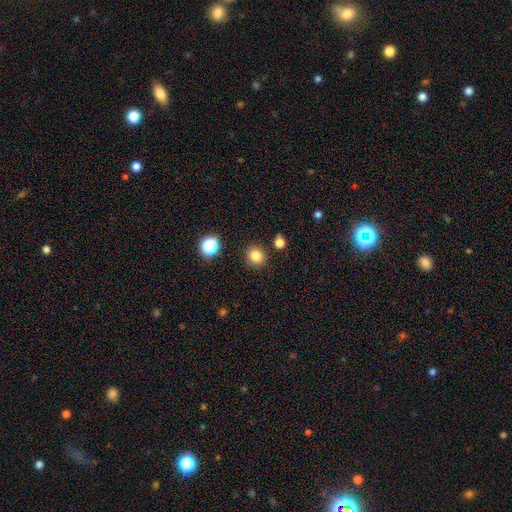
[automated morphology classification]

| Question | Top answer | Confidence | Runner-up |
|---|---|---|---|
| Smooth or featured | smooth | 82% | star or artifact (13%) |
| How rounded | round | 86% | in between (13%) |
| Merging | none | 86% | minor disturbance (8%) |